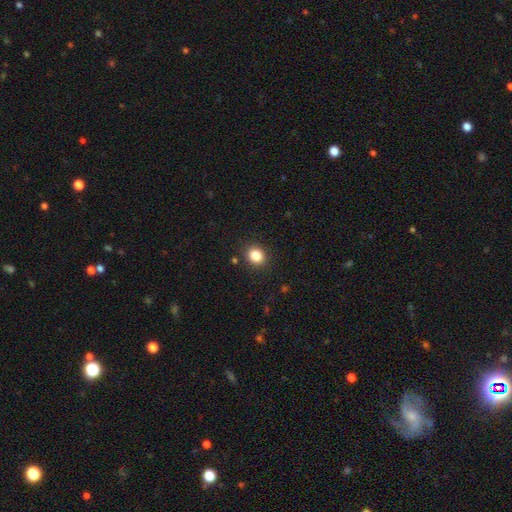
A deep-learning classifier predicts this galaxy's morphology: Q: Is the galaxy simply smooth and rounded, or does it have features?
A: smooth — 84%.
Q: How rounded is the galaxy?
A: round — 67%.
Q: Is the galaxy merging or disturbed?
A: none — 89%.